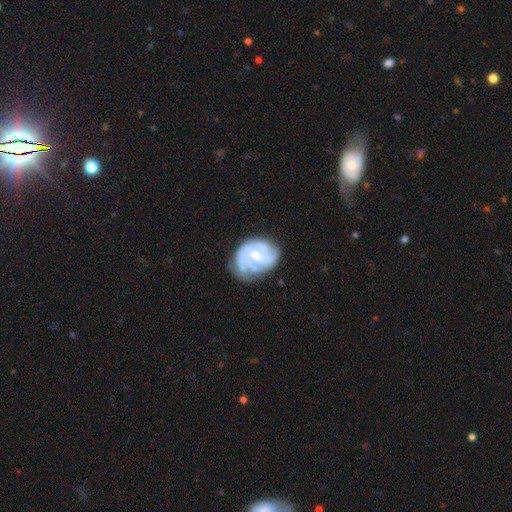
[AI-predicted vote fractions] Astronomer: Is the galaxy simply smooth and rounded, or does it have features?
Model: featured or disk — 74%.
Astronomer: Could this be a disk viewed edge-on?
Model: no — 98%.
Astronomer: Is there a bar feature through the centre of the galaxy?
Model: no — 63%.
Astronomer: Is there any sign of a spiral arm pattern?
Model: yes — 75%.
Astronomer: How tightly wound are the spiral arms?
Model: tight — 49% (runner-up: medium, 36%).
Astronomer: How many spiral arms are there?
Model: can't tell — 39% (runner-up: 2, 25%).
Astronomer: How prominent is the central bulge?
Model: small — 49% (runner-up: moderate, 45%).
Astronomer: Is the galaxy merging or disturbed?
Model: none — 49% (runner-up: minor disturbance, 30%).